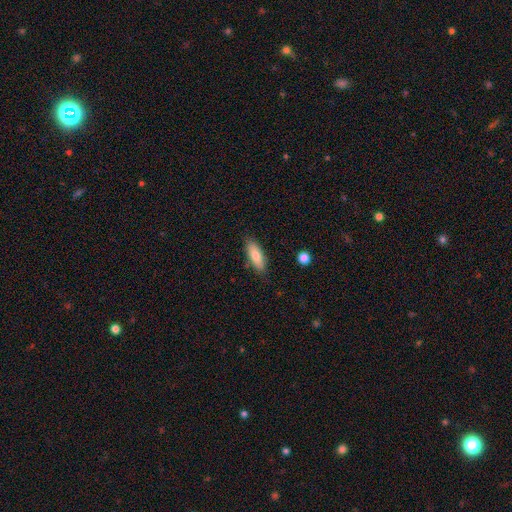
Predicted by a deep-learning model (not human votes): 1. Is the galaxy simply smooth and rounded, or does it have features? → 80% smooth, 13% featured or disk, 6% star or artifact.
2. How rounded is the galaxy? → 64% in between, 34% cigar-shaped, 2% round.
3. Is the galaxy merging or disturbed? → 83% none, 13% minor disturbance, 2% major disturbance, 2% merger.